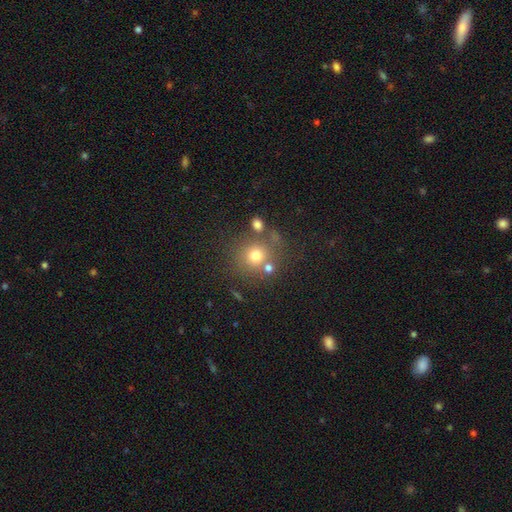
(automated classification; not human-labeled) This appears to be a smooth galaxy with no disk features (71%) that is round (89%). Merging: none (67%).